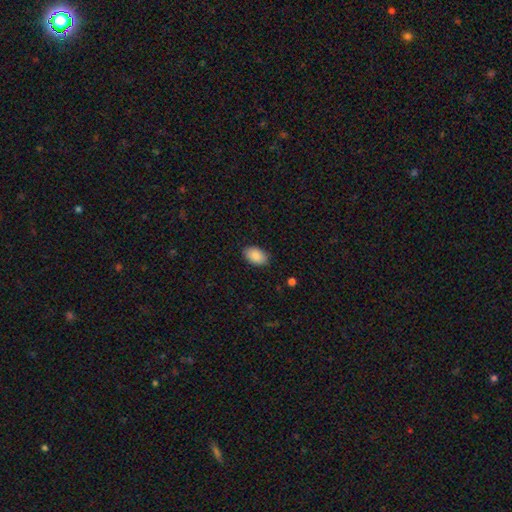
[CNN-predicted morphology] Smooth or featured? smooth (88%)
How rounded? in between (91%)
Merging? none (87%)